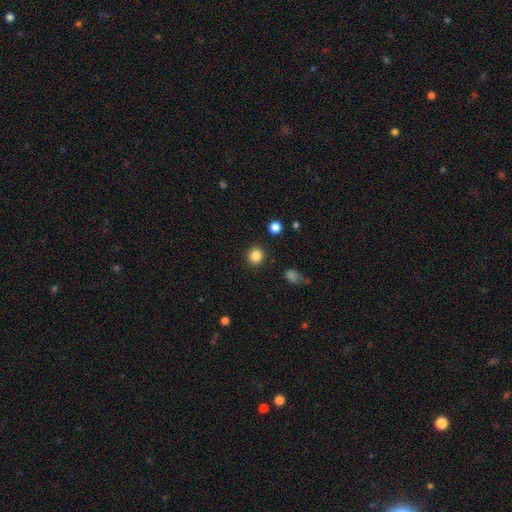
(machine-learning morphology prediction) This appears to be a smooth galaxy with no disk features (85%) that is round (88%). Merging: none (90%).